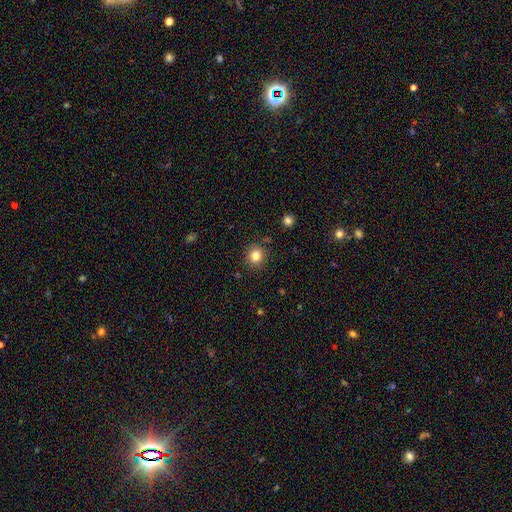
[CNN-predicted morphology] smooth_or_featured: smooth (p=0.82) [alt: star or artifact p=0.12]
how_rounded: round (p=0.88) [alt: in between p=0.11]
merging: none (p=0.88) [alt: minor disturbance p=0.08]